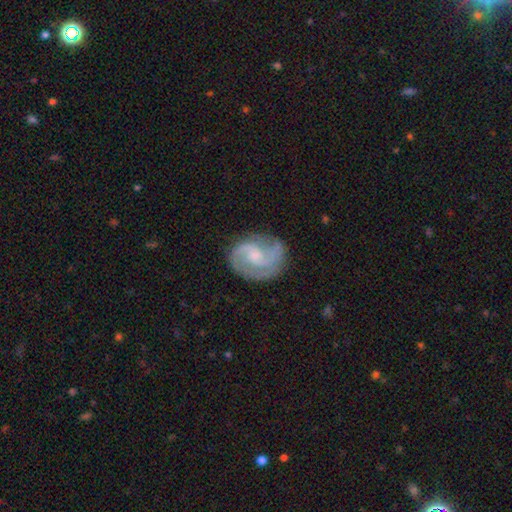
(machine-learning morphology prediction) featured or disk 84%, smooth 10%, star or artifact 5%. Down the decision tree: edge-on disk — no (98%); bar — no (51%); spiral arms — yes (96%); spiral arm count — 2 (79%); spiral winding — medium (53%); bulge size — small (40%); merging — none (73%).